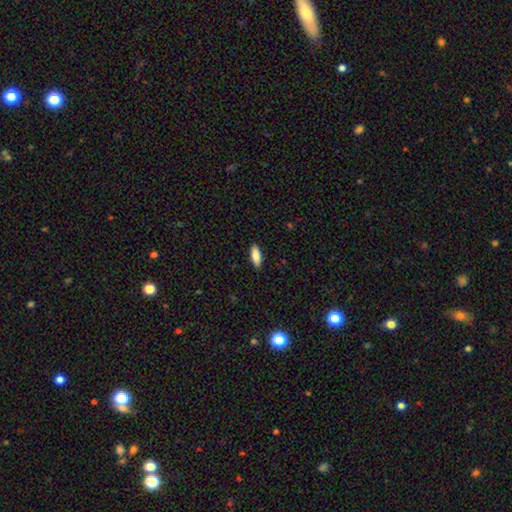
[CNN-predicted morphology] Smooth or featured?
  - smooth: 85% *
  - featured or disk: 9%
  - star or artifact: 6%
How rounded?
  - in between: 71% *
  - cigar-shaped: 27%
  - round: 2%
Merging?
  - none: 90% *
  - minor disturbance: 8%
  - major disturbance: 2%
  - merger: 1%